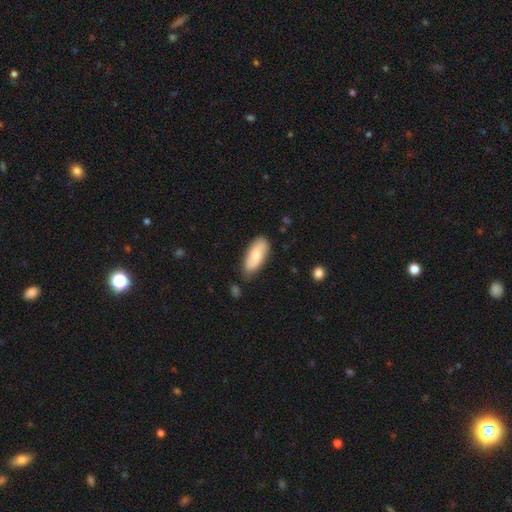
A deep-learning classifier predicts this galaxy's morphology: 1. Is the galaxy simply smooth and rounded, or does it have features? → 67% smooth, 28% featured or disk, 5% star or artifact.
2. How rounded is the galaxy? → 84% in between, 14% cigar-shaped, 2% round.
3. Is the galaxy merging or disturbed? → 78% none, 17% minor disturbance, 3% major disturbance, 2% merger.